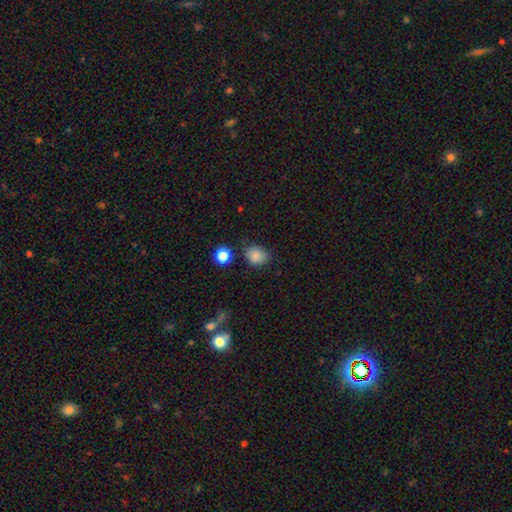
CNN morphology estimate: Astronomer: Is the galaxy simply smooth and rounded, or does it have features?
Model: smooth — 85%.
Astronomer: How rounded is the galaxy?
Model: in between — 50% (runner-up: round, 49%).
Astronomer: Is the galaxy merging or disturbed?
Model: none — 72%.